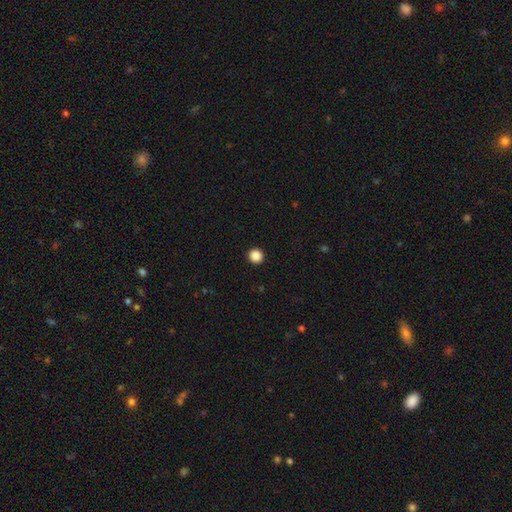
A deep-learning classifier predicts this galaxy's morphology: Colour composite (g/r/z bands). It shows a smooth galaxy with no disk features (87%) that is round (94%). Merging: none (94%).